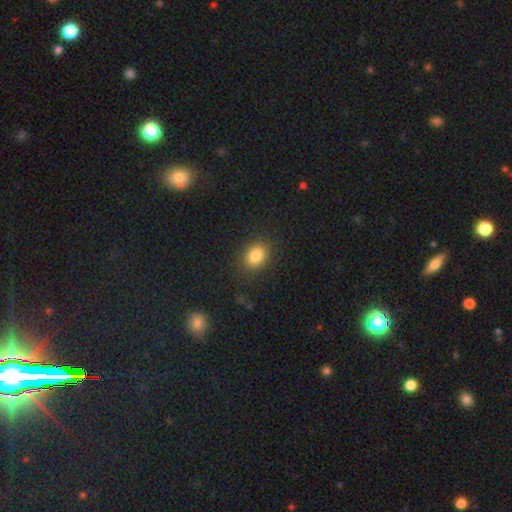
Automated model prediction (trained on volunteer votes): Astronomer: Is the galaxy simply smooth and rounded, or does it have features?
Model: smooth — 83%.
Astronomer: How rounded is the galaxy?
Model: in between — 67%.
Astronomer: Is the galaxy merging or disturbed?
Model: none — 86%.